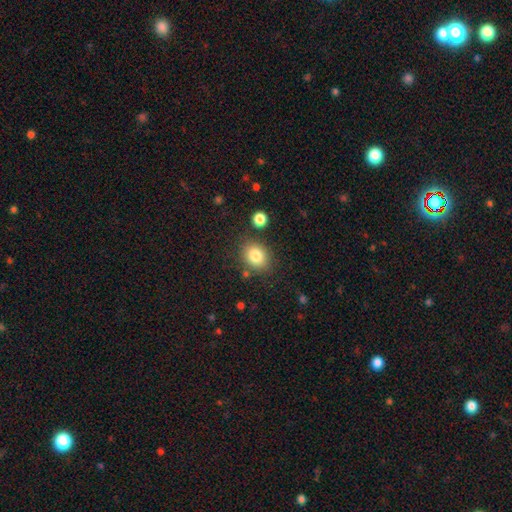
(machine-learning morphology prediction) smooth_or_featured: smooth (p=0.83) [alt: star or artifact p=0.10]
how_rounded: round (p=0.54) [alt: in between p=0.45]
merging: none (p=0.80) [alt: minor disturbance p=0.11]